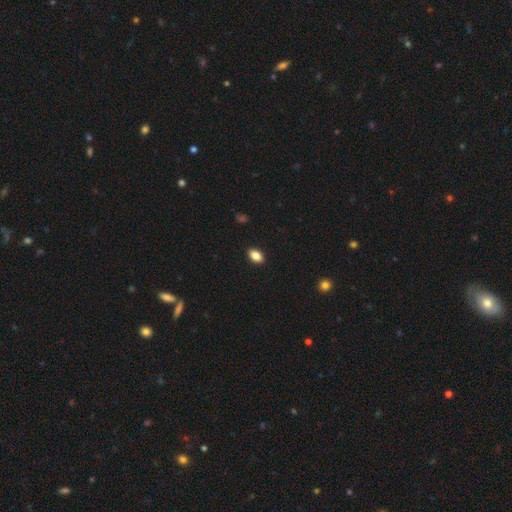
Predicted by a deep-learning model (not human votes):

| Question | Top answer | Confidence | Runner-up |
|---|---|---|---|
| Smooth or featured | smooth | 86% | star or artifact (9%) |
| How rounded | in between | 88% | round (10%) |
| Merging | none | 90% | minor disturbance (7%) |